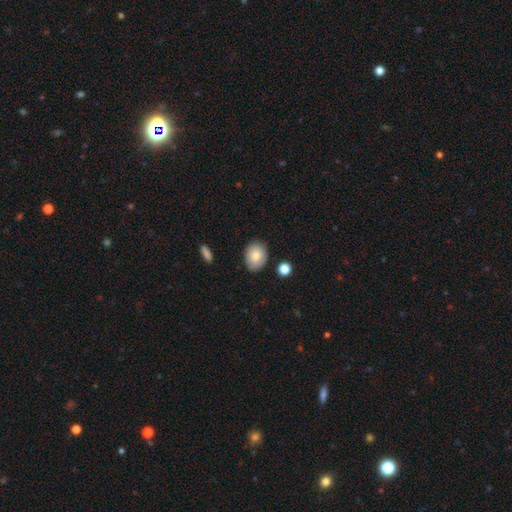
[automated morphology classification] Overall: smooth (79%). How rounded: in between (61%; round 38%). Merging: none (85%).